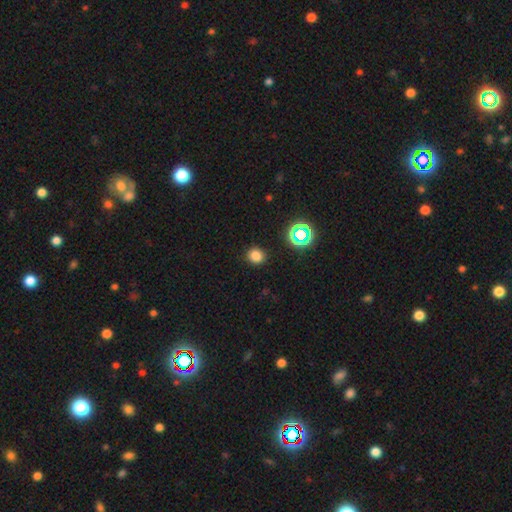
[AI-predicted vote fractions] Q: Smooth or featured?
A: smooth (79%); runner-up: star or artifact (17%)
Q: How rounded?
A: round (79%); runner-up: in between (20%)
Q: Merging?
A: none (90%); runner-up: minor disturbance (7%)